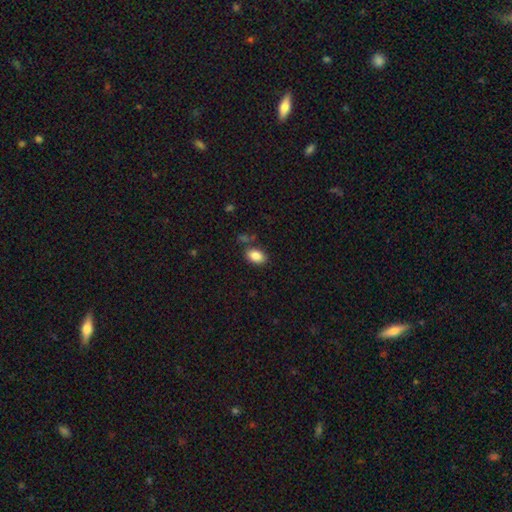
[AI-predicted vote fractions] Overall: smooth (86%). How rounded: in between (89%). Merging: none (79%).